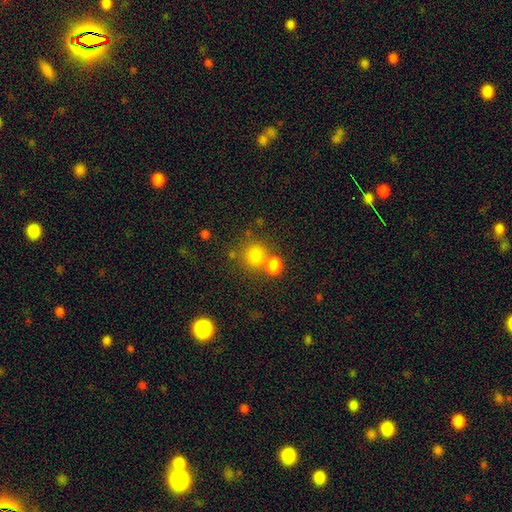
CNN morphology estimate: smooth_or_featured: smooth (p=0.78) [alt: star or artifact p=0.14]
how_rounded: round (p=0.85) [alt: in between p=0.14]
merging: none (p=0.58) [alt: merger p=0.31]